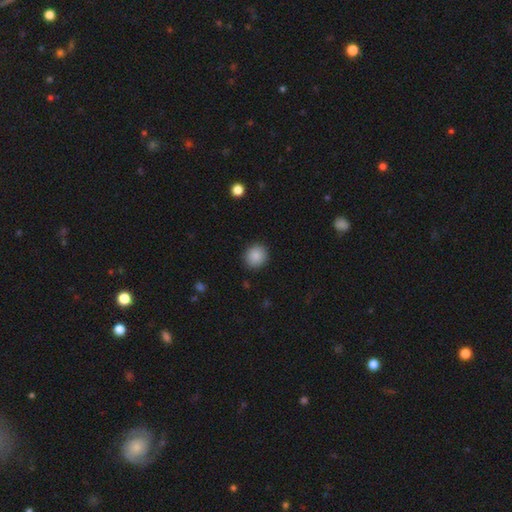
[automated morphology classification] Smooth or featured? smooth (88%)
How rounded? round (88%)
Merging? none (91%)